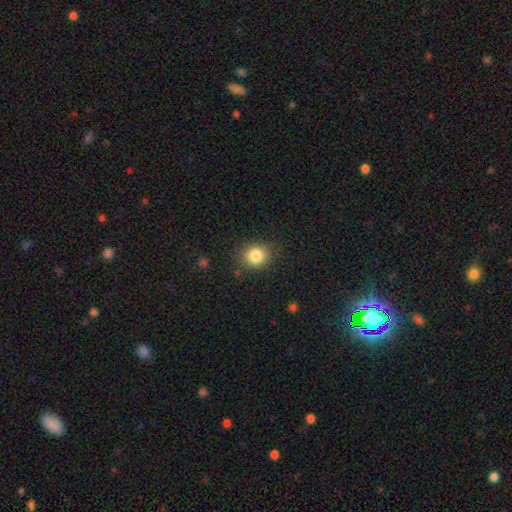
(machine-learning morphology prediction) This appears to be a smooth galaxy with no disk features (84%) that is round (72%). Merging: none (85%).